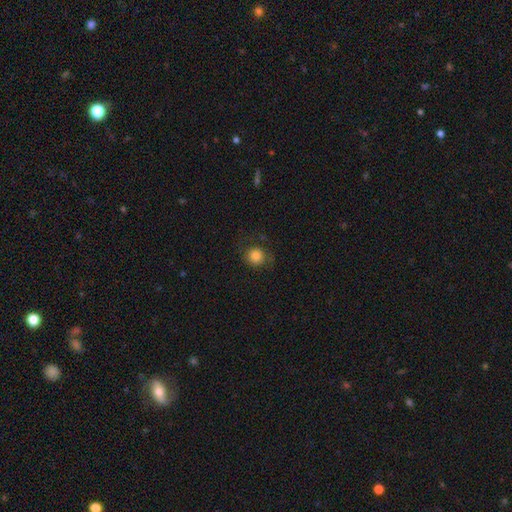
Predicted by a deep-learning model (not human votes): Smooth or featured? smooth (82%)
How rounded? round (87%)
Merging? none (75%)